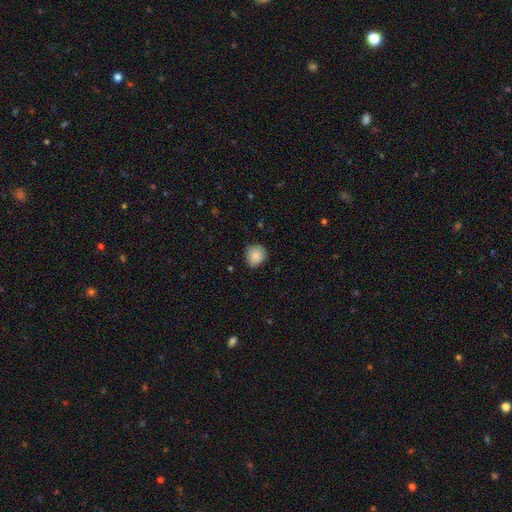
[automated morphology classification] Smooth or featured?
  - smooth: 87% *
  - star or artifact: 8%
  - featured or disk: 6%
How rounded?
  - round: 82% *
  - in between: 17%
  - cigar-shaped: 1%
Merging?
  - none: 79% *
  - minor disturbance: 18%
  - major disturbance: 3%
  - merger: 1%